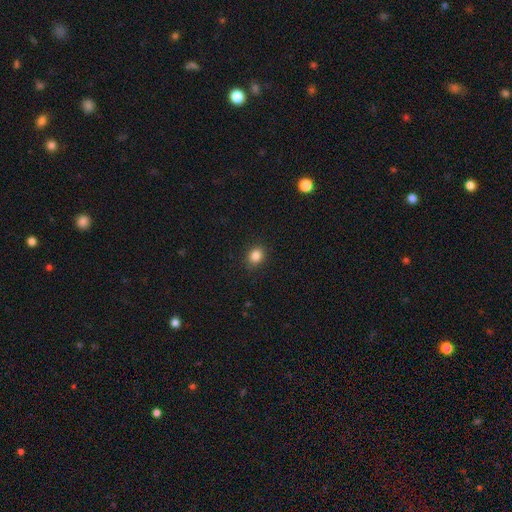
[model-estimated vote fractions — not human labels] A smooth galaxy with no disk features (85%) that is round (62%). Merging: none (89%).